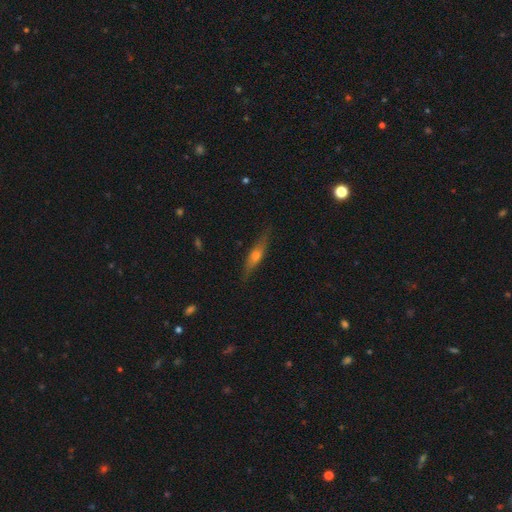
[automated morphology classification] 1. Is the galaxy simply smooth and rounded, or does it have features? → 59% featured or disk, 34% smooth, 8% star or artifact.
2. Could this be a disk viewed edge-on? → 91% yes, 9% no.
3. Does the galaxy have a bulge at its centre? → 88% rounded, 7% none, 5% boxy.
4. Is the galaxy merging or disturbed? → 84% none, 12% minor disturbance, 2% major disturbance, 1% merger.